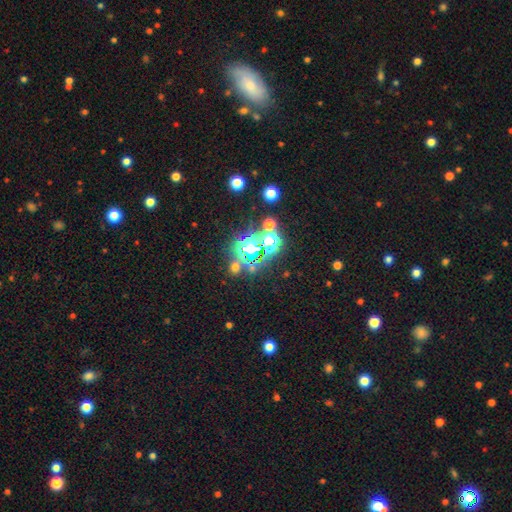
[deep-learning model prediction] Morphology: type=star or artifact (80%).